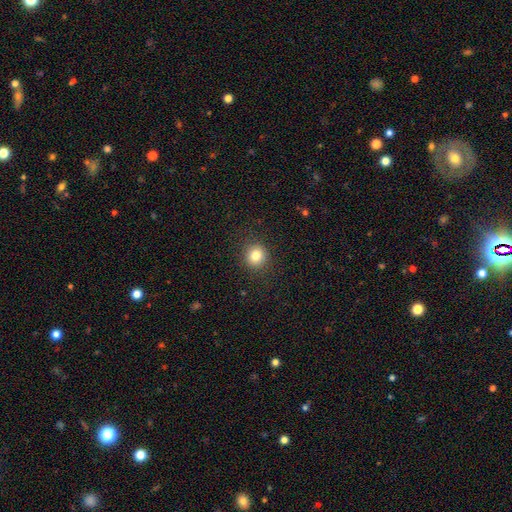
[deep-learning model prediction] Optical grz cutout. It shows a smooth galaxy with no disk features (81%) that is round (89%). Merging: none (90%).